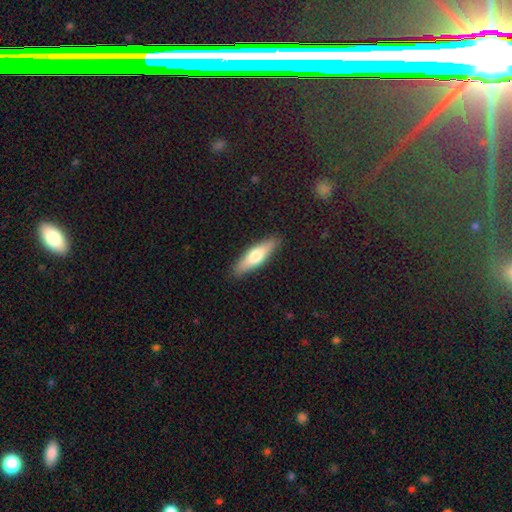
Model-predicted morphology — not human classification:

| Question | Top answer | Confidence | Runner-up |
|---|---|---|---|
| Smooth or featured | smooth | 64% | featured or disk (31%) |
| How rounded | cigar-shaped | 61% | in between (37%) |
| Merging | none | 89% | minor disturbance (8%) |